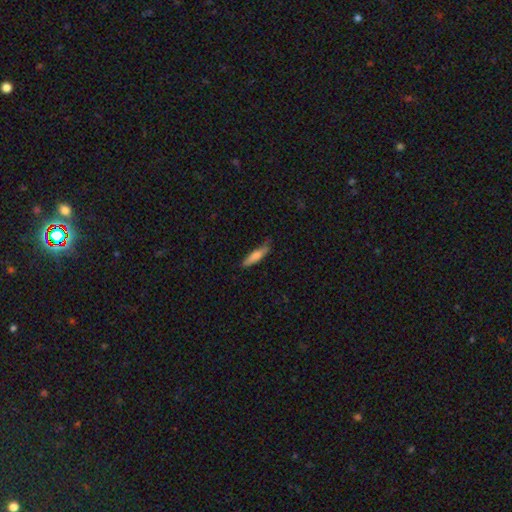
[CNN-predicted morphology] Smooth or featured? smooth (69%)
How rounded? cigar-shaped (79%)
Merging? none (74%)